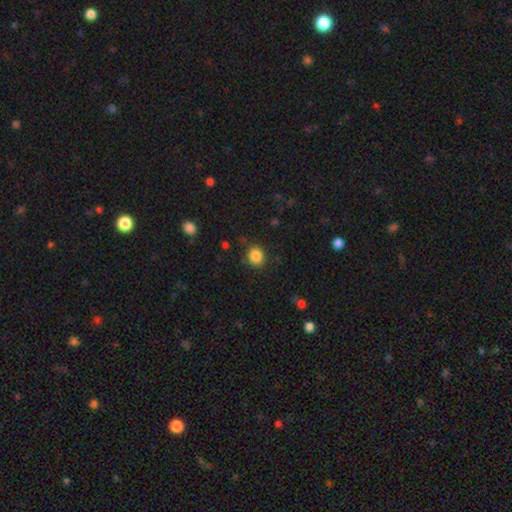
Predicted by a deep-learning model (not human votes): Smooth or featured: smooth — 85% (star or artifact — 10%)
How rounded: round — 76% (in between — 23%)
Merging: none — 85% (minor disturbance — 10%)